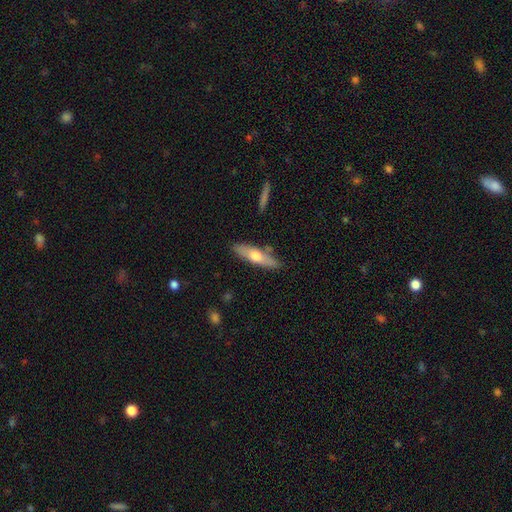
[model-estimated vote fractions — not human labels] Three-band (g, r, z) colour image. It shows a smooth galaxy with no disk features (54%) that is cigar-shaped (63%). Merging: none (81%).